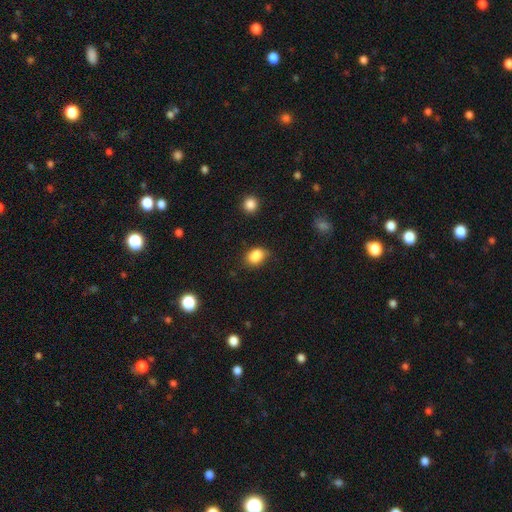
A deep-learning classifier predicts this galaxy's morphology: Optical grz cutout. It shows a smooth galaxy with no disk features (86%) that is in between round and cigar-shaped (65%). Merging: none (65%).